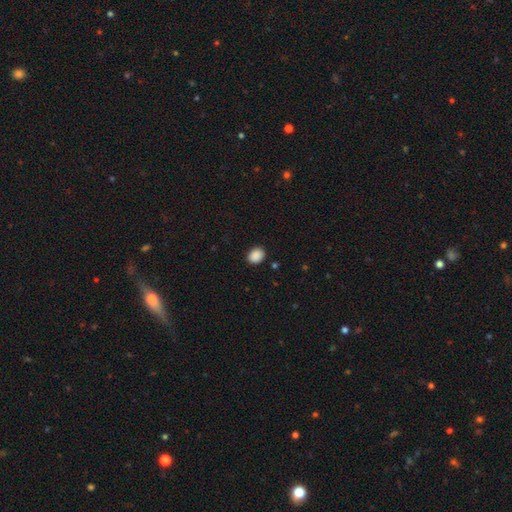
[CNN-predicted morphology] This is clearly a smooth galaxy (89%). How rounded: possibly round (50%). Merging: clearly none (89%).